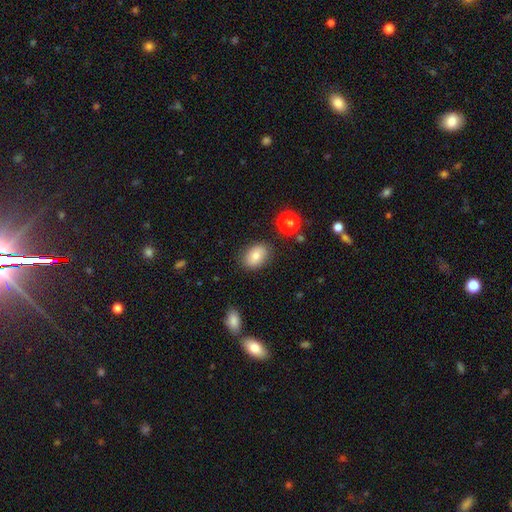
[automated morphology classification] Overall: smooth (77%). How rounded: in between (76%). Merging: none (83%).